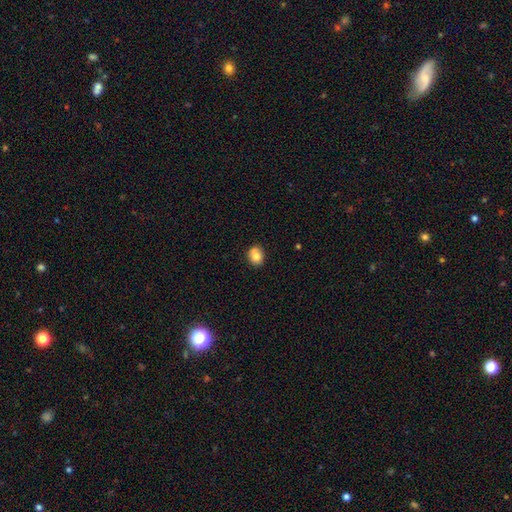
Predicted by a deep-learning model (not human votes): Morphology: type=smooth (78%); roundness=round (56%); merging=none (65%).